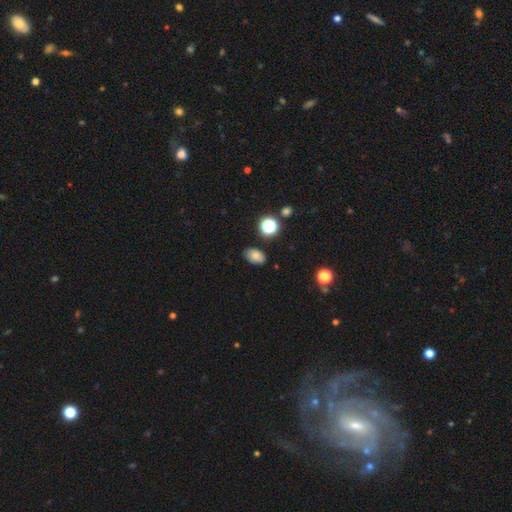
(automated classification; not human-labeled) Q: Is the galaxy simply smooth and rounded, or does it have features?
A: smooth — 79%.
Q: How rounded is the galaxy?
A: in between — 86%.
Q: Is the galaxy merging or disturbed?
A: none — 83%.